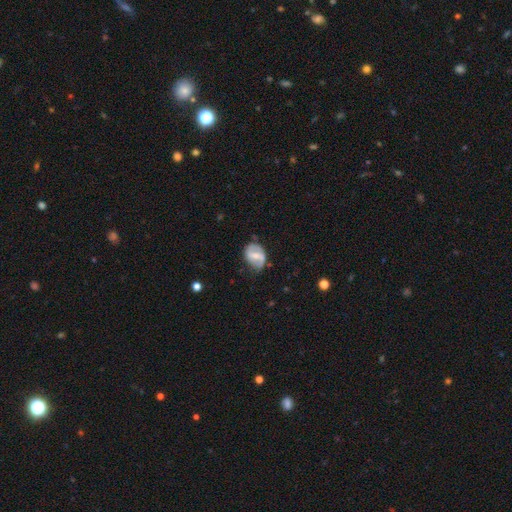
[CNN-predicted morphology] This appears to be a featured or disk galaxy (63%) with a weak bar (47%), spiral arms (74%) and a moderate central bulge (46%). Merging: none (60%).